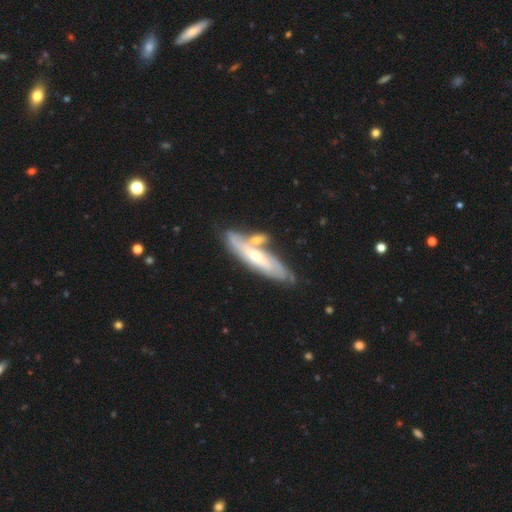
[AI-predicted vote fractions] smooth_or_featured: featured or disk (p=0.66) [alt: smooth p=0.28]
disk_edge_on: no (p=0.53) [alt: yes p=0.47]
merging: none (p=0.55) [alt: merger p=0.25]